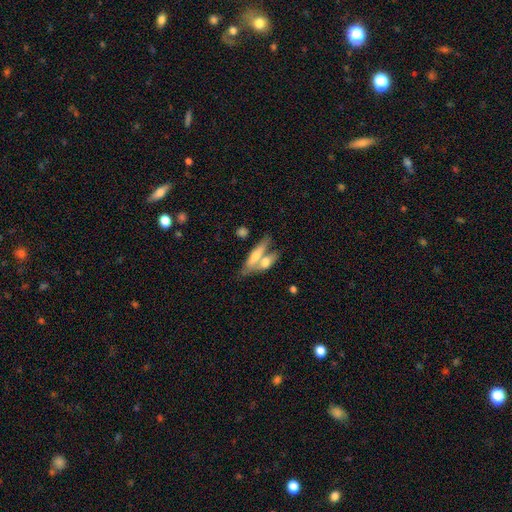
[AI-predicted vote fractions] Smooth or featured?
  - smooth: 57% *
  - featured or disk: 37%
  - star or artifact: 6%
How rounded?
  - cigar-shaped: 54% *
  - in between: 41%
  - round: 5%
Merging?
  - merger: 46% *
  - none: 39%
  - minor disturbance: 10%
  - major disturbance: 4%